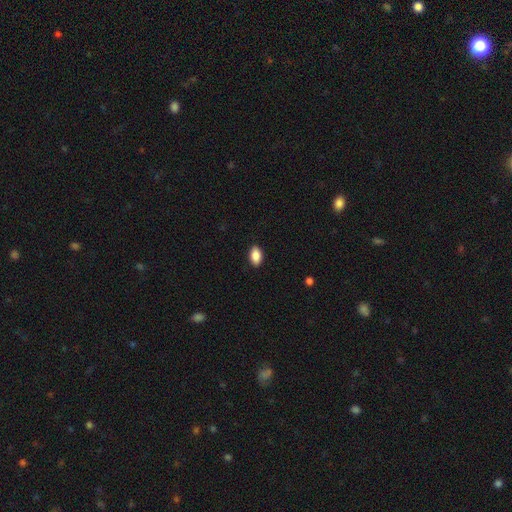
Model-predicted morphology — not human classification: type=smooth (88%); roundness=in between (93%); merging=none (89%).